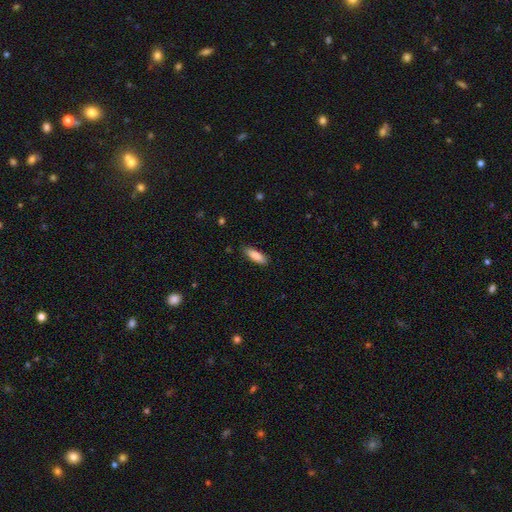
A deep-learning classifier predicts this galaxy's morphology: A smooth galaxy with no disk features (87%) that is in between round and cigar-shaped (53%).

Vote fractions:
- Smooth or featured? smooth: 87% / featured or disk: 7% / star or artifact: 6%
- How rounded? in between: 53% / cigar-shaped: 46% / round: 2%
- Merging? none: 85% / minor disturbance: 12% / major disturbance: 2% / merger: 1%